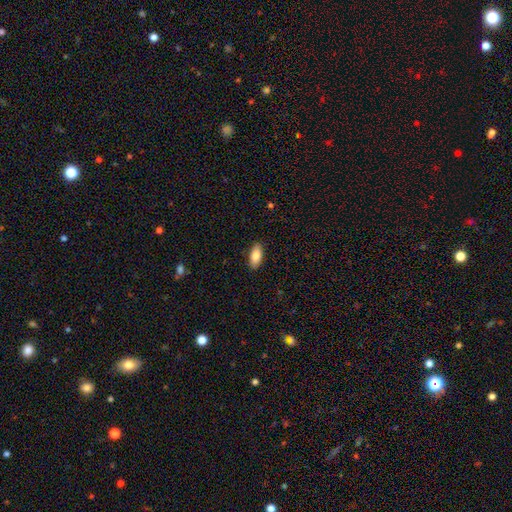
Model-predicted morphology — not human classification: A smooth galaxy with no disk features (85%) that is in between round and cigar-shaped (86%).

Vote fractions:
- Smooth or featured? smooth: 85% / featured or disk: 8% / star or artifact: 6%
- How rounded? in between: 86% / cigar-shaped: 12% / round: 2%
- Merging? none: 88% / minor disturbance: 9% / major disturbance: 2% / merger: 1%